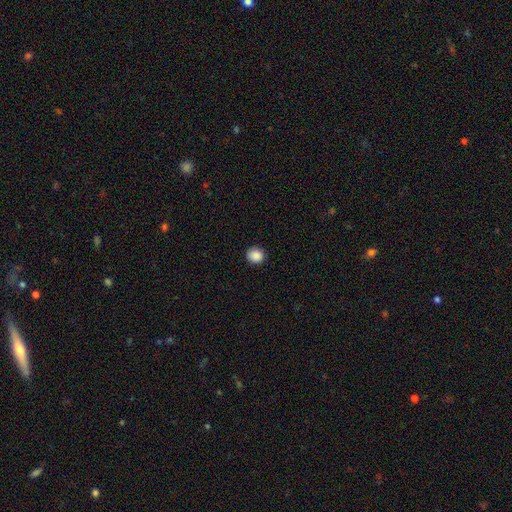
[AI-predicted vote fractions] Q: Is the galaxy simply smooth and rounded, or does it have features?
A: smooth — 88%.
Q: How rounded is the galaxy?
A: round — 85%.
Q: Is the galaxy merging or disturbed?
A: none — 91%.